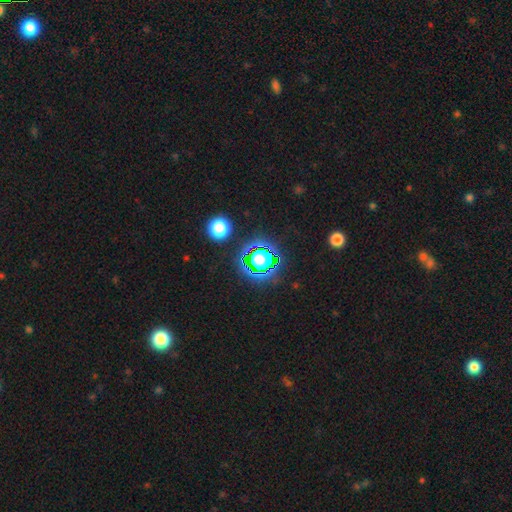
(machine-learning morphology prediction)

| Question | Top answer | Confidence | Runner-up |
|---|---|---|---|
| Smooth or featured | star or artifact | 78% | smooth (15%) |